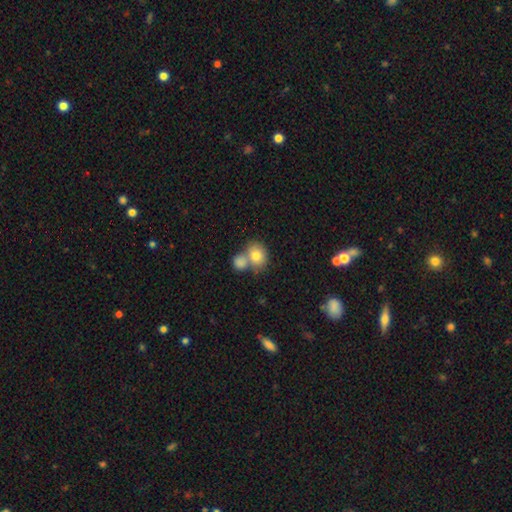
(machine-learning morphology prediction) Q: Smooth or featured?
A: smooth (80%); runner-up: featured or disk (11%)
Q: How rounded?
A: round (62%); runner-up: in between (37%)
Q: Merging?
A: merger (48%); runner-up: none (40%)